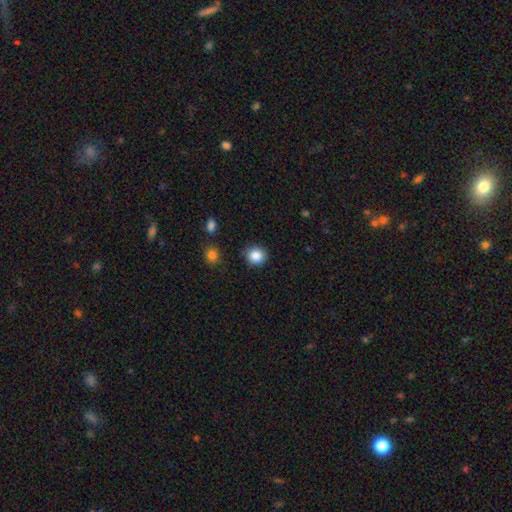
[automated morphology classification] A smooth galaxy with no disk features (86%) that is round (87%). Merging: none (88%).